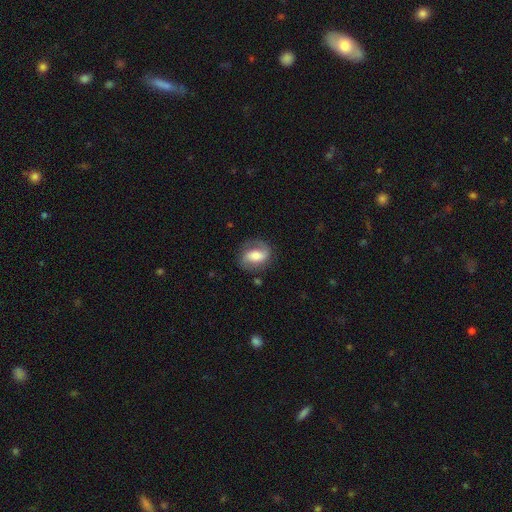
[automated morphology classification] type=featured or disk (60%); edge-on=no (96%); bar=weak (36%); spiral arms=yes (85%); bulge=moderate (51%); merging=none (73%).